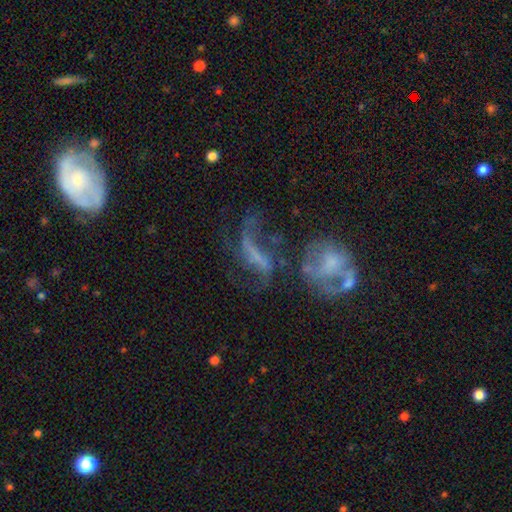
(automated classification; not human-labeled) A featured or disk galaxy (63%) with no bar (51%), spiral arms (54%) and no central bulge (65%).

Vote fractions:
- Smooth or featured? featured or disk: 63% / smooth: 21% / star or artifact: 16%
- Edge-on disk? no: 92% / yes: 8%
- Bar? no: 51% / weak: 25% / strong: 24%
- Spiral arms? yes: 54% / no: 46%
- Bulge size? none: 65% / small: 20% / moderate: 11% / large: 3% / dominant: 2%
- Merging? major disturbance: 37% / none: 29% / merger: 20% / minor disturbance: 14%